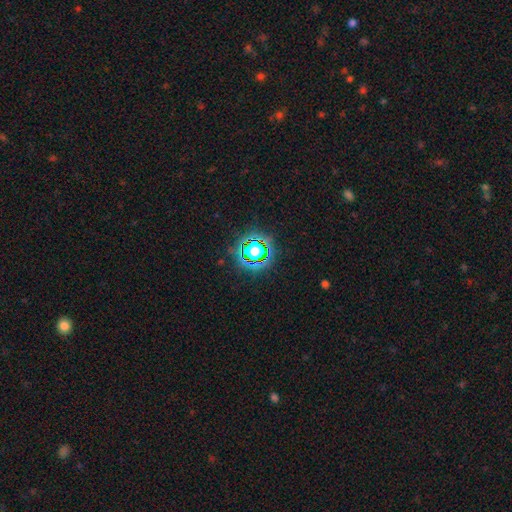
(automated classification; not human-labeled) Smooth or featured: star or artifact — 77% (smooth — 15%)